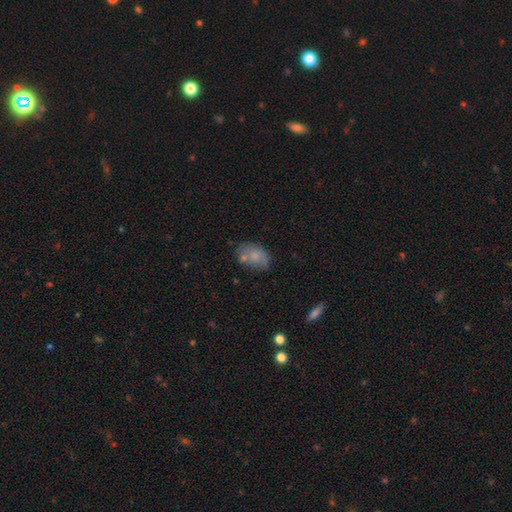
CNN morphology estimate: Smooth or featured?
  - smooth: 71% *
  - featured or disk: 21%
  - star or artifact: 8%
How rounded?
  - in between: 84% *
  - round: 14%
  - cigar-shaped: 1%
Merging?
  - none: 49% *
  - minor disturbance: 24%
  - merger: 18%
  - major disturbance: 9%